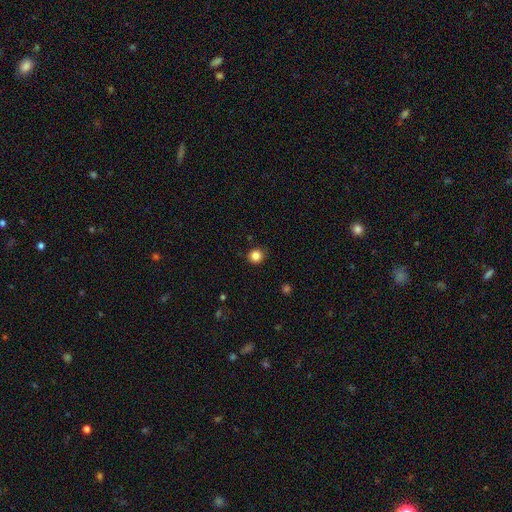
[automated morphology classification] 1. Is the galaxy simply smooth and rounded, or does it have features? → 85% smooth, 11% star or artifact, 4% featured or disk.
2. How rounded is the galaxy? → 91% round, 8% in between, 1% cigar-shaped.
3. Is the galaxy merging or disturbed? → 91% none, 6% minor disturbance, 2% major disturbance, 1% merger.